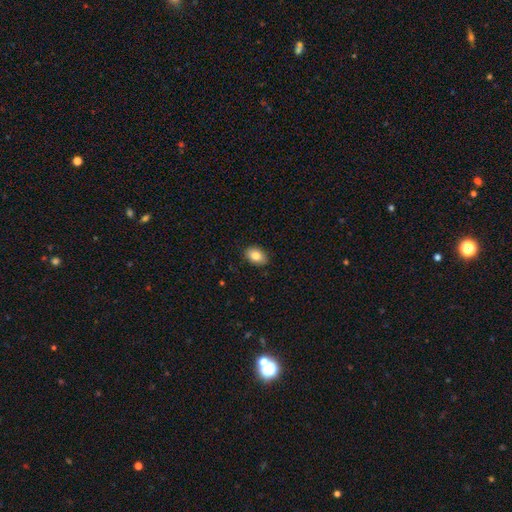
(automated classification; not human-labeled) smooth_or_featured: smooth (p=0.85) [alt: star or artifact p=0.08]
how_rounded: in between (p=0.86) [alt: round p=0.13]
merging: none (p=0.88) [alt: minor disturbance p=0.09]